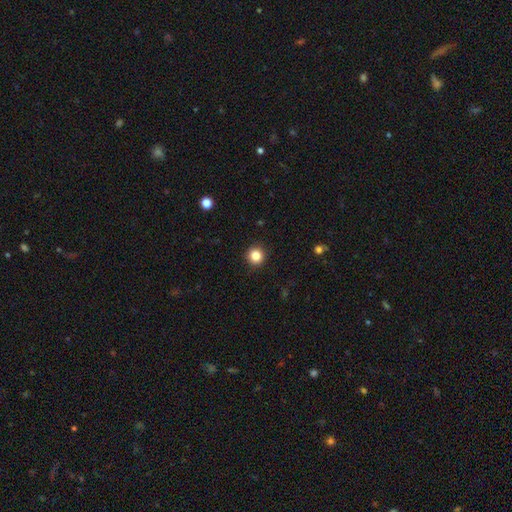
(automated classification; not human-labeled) Q: Smooth or featured?
A: smooth (85%); runner-up: star or artifact (11%)
Q: How rounded?
A: round (94%); runner-up: in between (5%)
Q: Merging?
A: none (93%); runner-up: minor disturbance (5%)